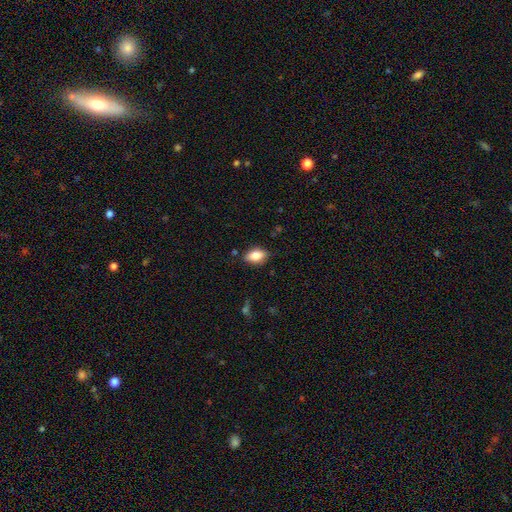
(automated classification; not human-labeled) A smooth galaxy with no disk features (81%) that is in between round and cigar-shaped (87%).

Vote fractions:
- Smooth or featured? smooth: 81% / featured or disk: 11% / star or artifact: 8%
- How rounded? in between: 87% / round: 9% / cigar-shaped: 3%
- Merging? none: 82% / minor disturbance: 13% / major disturbance: 3% / merger: 2%